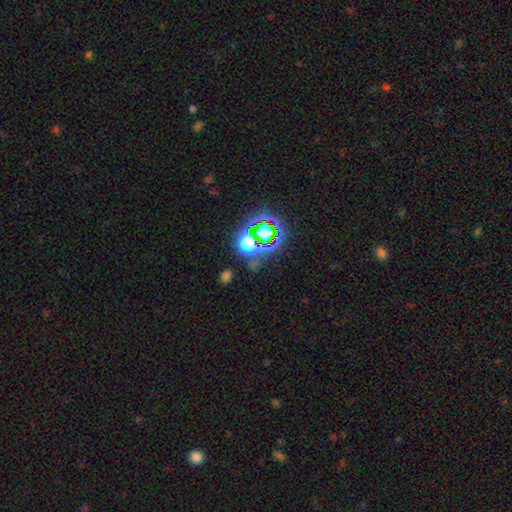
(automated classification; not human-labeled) Smooth or featured: star or artifact — 71% (smooth — 20%)